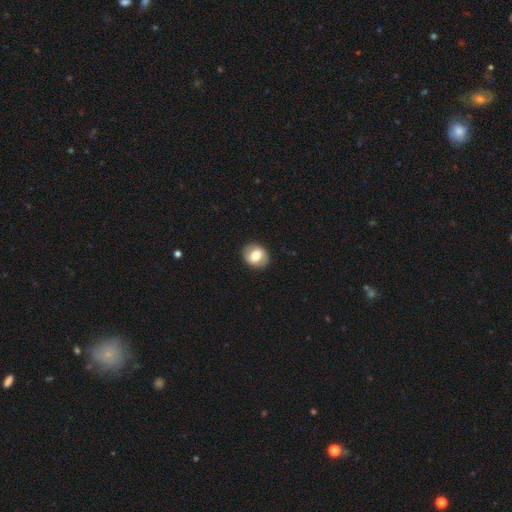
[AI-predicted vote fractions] Smooth or featured: smooth — 67% (featured or disk — 25%)
How rounded: round — 64% (in between — 35%)
Merging: none — 87% (minor disturbance — 9%)